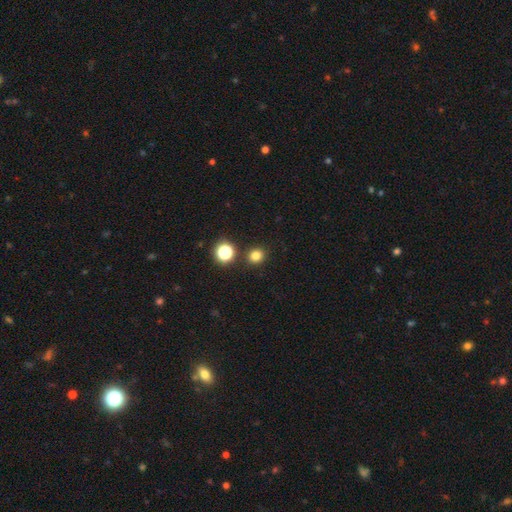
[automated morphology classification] Smooth or featured? smooth (79%)
How rounded? round (85%)
Merging? none (87%)